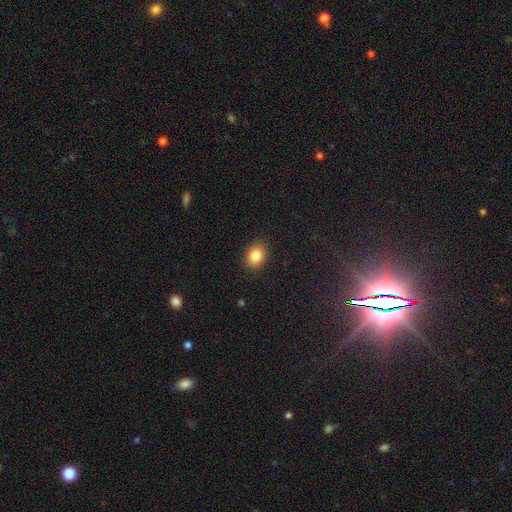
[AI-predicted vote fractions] smooth 85%, star or artifact 9%, featured or disk 5%. Down the decision tree: how rounded — in between (54%); merging — none (89%).